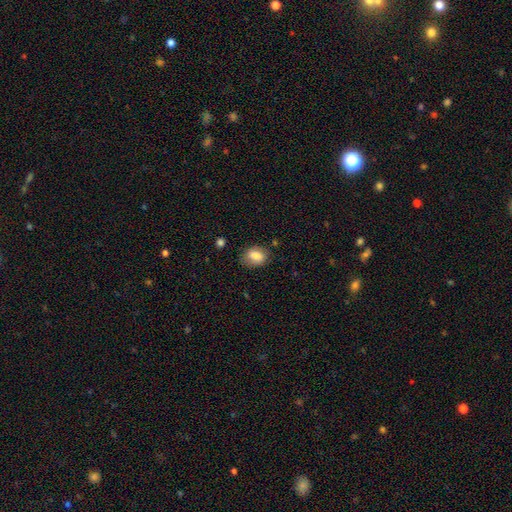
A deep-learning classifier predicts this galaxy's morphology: Smooth or featured? Predicted: smooth (p=0.81). How rounded? Predicted: in between (p=0.71). Merging? Predicted: none (p=0.74).